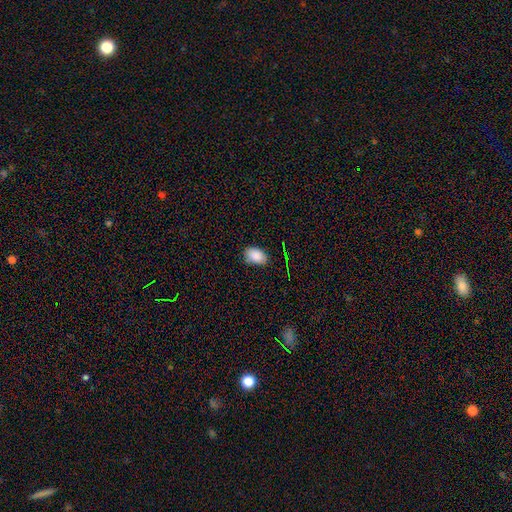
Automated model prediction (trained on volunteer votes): Q: Smooth or featured?
A: smooth (87%); runner-up: star or artifact (8%)
Q: How rounded?
A: in between (89%); runner-up: round (9%)
Q: Merging?
A: none (80%); runner-up: minor disturbance (16%)